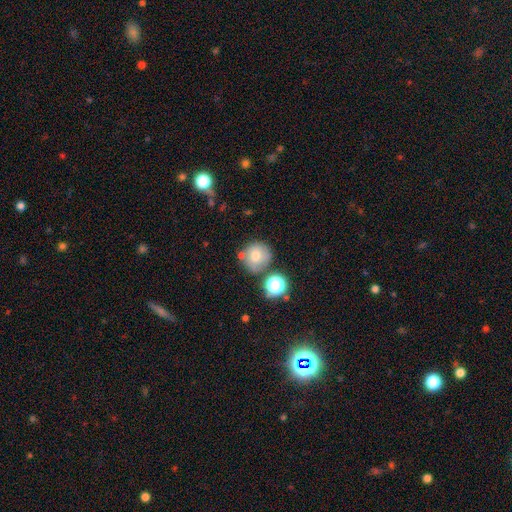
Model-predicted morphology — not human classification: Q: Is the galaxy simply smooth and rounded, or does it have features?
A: smooth — 68%.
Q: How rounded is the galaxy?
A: round — 91%.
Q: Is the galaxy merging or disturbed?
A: none — 67%.